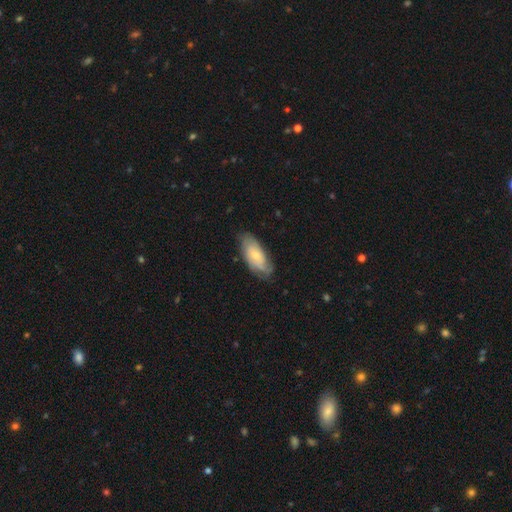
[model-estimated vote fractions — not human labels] A smooth galaxy with no disk features (47%, tied with featured or disk).

Vote fractions:
- Smooth or featured? smooth: 47% (tied) / featured or disk: 47% (tied) / star or artifact: 6%
- Merging? none: 68% / minor disturbance: 25% / major disturbance: 6% / merger: 1%